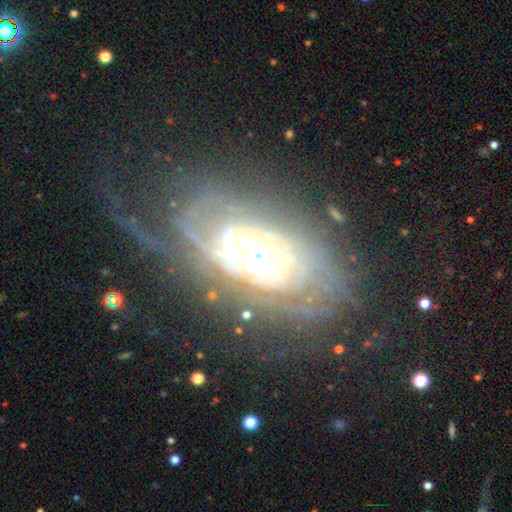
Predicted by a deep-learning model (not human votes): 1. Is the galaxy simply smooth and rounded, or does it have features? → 83% featured or disk, 9% smooth, 8% star or artifact.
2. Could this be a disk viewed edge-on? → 91% no, 9% yes.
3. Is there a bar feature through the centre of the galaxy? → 68% no, 18% weak, 14% strong.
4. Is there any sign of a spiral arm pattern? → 86% yes, 14% no.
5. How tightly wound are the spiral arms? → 65% tight, 24% medium, 11% loose.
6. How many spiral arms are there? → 42% can't tell, 19% 2, 12% 3, 10% more than 4, 9% 1, 8% 4.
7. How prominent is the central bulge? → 48% large, 26% moderate, 15% dominant, 7% small, 3% none.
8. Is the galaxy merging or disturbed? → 53% none, 24% major disturbance, 20% minor disturbance, 3% merger.